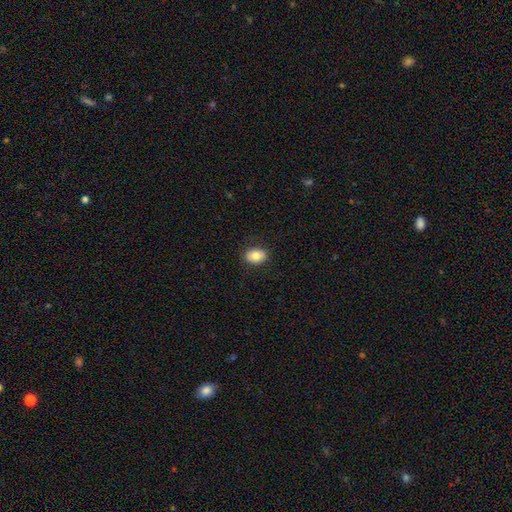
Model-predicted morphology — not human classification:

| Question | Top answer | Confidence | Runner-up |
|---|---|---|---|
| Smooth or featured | smooth | 81% | featured or disk (11%) |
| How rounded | in between | 78% | round (21%) |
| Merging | none | 87% | minor disturbance (10%) |